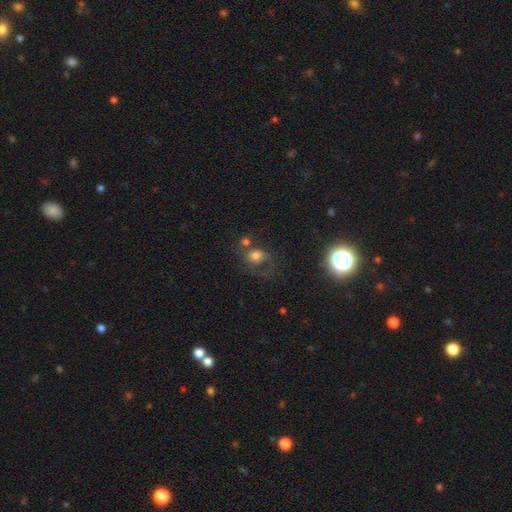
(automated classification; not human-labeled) Smooth or featured? smooth (62%)
How rounded? round (61%)
Merging? none (31%)